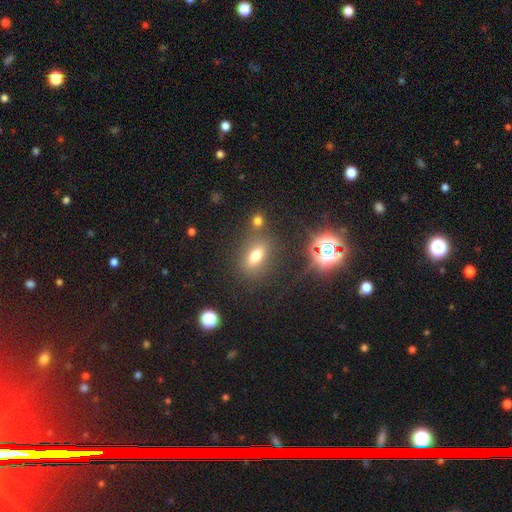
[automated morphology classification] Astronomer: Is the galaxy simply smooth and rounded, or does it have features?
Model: smooth — 66%.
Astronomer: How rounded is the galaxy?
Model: in between — 74%.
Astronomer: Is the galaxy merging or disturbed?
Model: none — 74%.